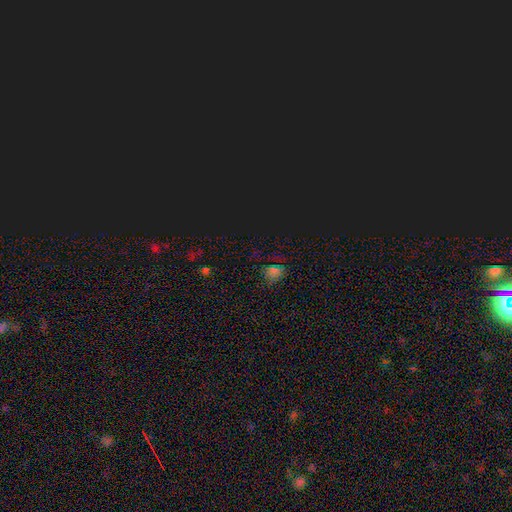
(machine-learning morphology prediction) Q: Smooth or featured?
A: star or artifact (66%); runner-up: smooth (27%)